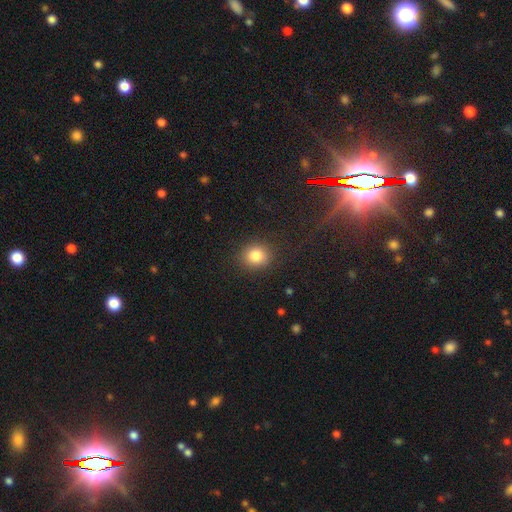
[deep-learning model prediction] smooth_or_featured: smooth (p=0.84) [alt: star or artifact p=0.10]
how_rounded: round (p=0.76) [alt: in between p=0.23]
merging: none (p=0.86) [alt: minor disturbance p=0.09]